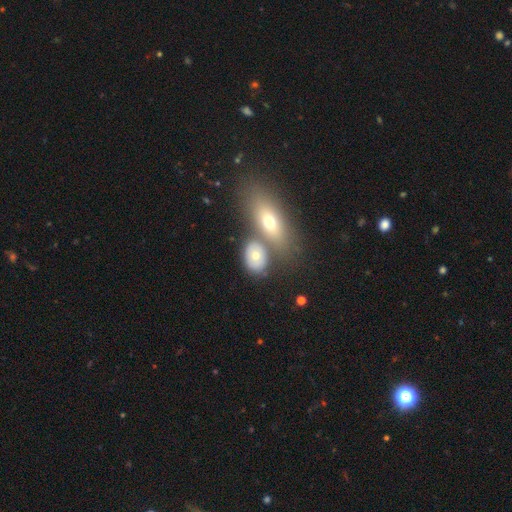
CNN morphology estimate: Smooth or featured: smooth — 67% (featured or disk — 25%)
How rounded: in between — 72% (round — 25%)
Merging: none — 52% (merger — 30%)